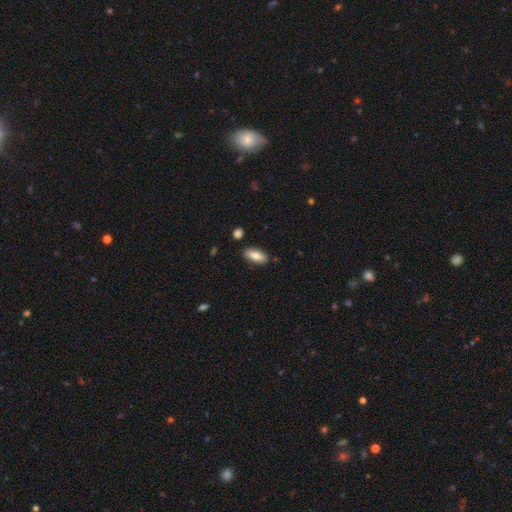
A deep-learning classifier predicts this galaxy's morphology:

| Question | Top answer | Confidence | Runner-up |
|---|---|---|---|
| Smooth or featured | smooth | 82% | featured or disk (12%) |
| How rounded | in between | 82% | cigar-shaped (16%) |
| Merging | none | 85% | minor disturbance (10%) |